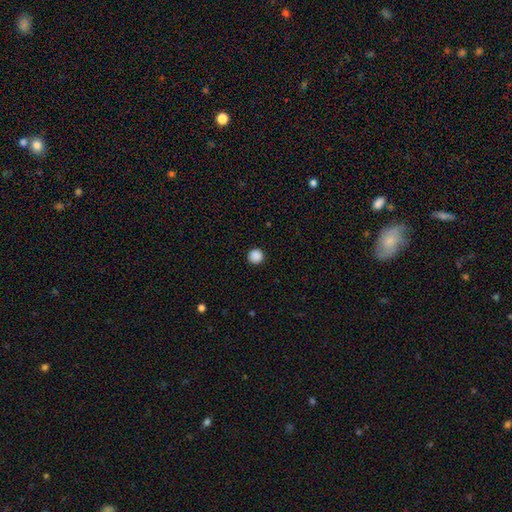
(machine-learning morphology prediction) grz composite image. It shows a smooth galaxy with no disk features (88%) that is round (96%). Merging: none (93%).